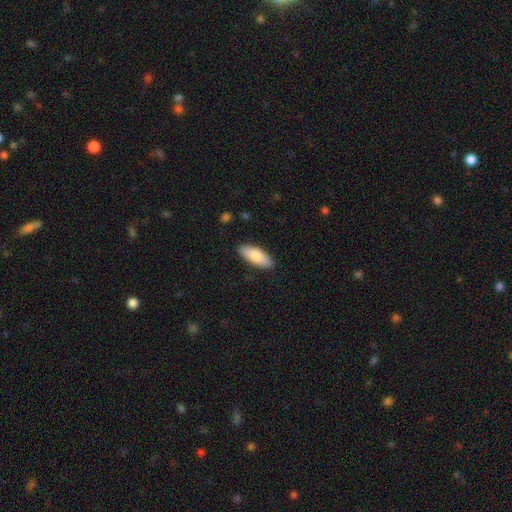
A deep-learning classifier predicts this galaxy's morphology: type=smooth (82%); roundness=in between (76%); merging=none (89%).